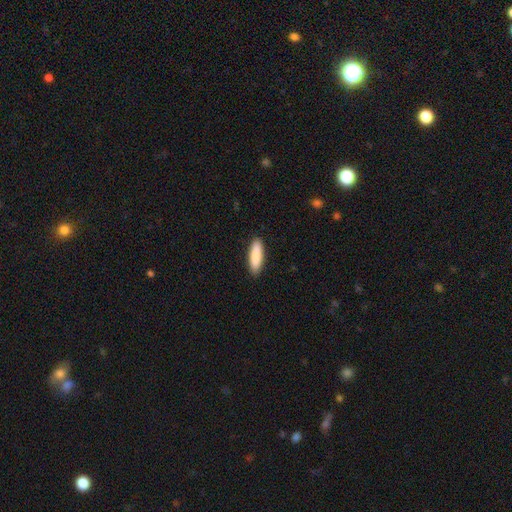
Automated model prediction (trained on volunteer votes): Smooth or featured: smooth — 88% (featured or disk — 7%)
How rounded: cigar-shaped — 51% (in between — 48%)
Merging: none — 90% (minor disturbance — 7%)